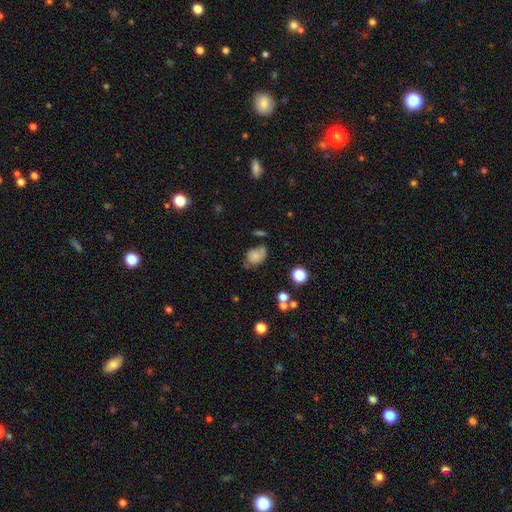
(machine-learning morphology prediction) A smooth galaxy with no disk features (68%) that is in between round and cigar-shaped (71%).

Vote fractions:
- Smooth or featured? smooth: 68% / featured or disk: 20% / star or artifact: 12%
- How rounded? in between: 71% / round: 28% / cigar-shaped: 1%
- Merging? none: 43% / minor disturbance: 31% / major disturbance: 14% / merger: 12%